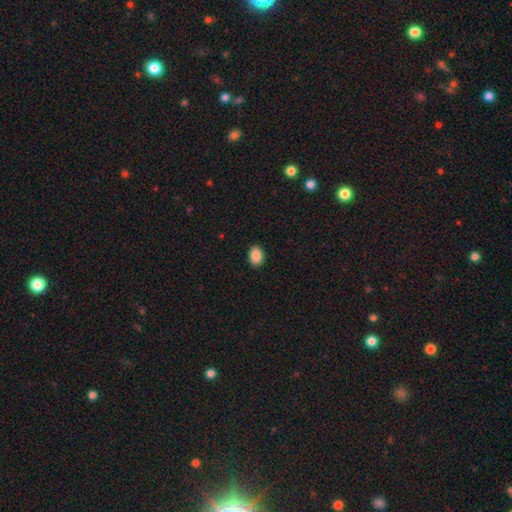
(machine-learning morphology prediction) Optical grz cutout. It shows a smooth galaxy with no disk features (89%) that is in between round and cigar-shaped (78%). Merging: none (90%).